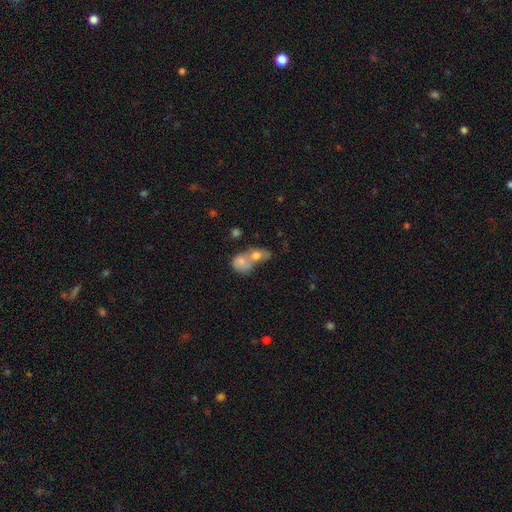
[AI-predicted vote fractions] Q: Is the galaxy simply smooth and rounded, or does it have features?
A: smooth — 51%.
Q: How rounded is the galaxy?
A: round — 49%.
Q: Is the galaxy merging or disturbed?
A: merger — 53%.